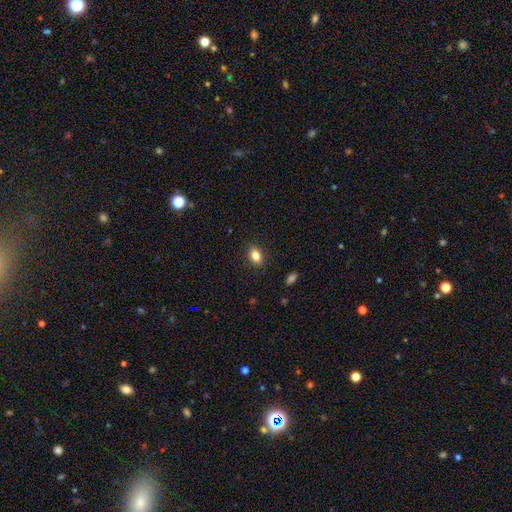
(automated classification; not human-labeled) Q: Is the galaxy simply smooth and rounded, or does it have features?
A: smooth — 82%.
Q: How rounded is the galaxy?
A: in between — 83%.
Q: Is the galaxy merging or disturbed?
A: none — 87%.